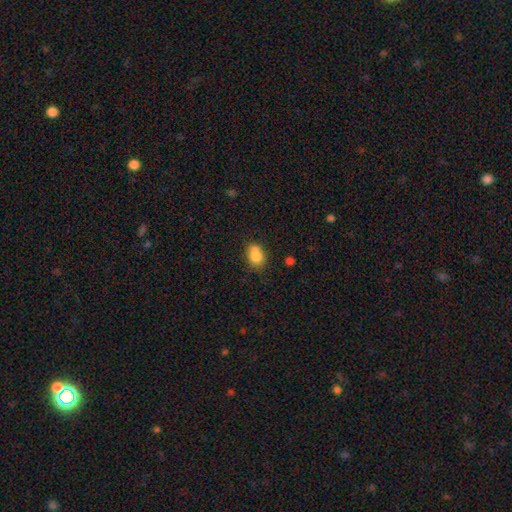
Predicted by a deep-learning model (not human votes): smooth-or-featured: smooth: 79% | featured or disk: 11% | star or artifact: 10%
  how-rounded: in between: 64% | round: 35% | cigar-shaped: 2%
  merging: none: 47% | merger: 26% | minor disturbance: 20% | major disturbance: 6%